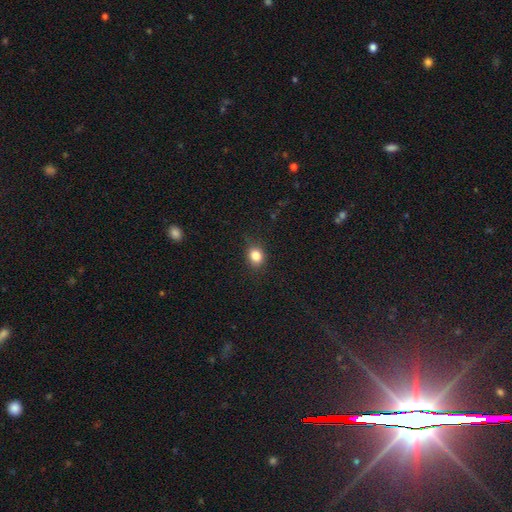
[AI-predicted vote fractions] smooth_or_featured: smooth (p=0.83) [alt: star or artifact p=0.12]
how_rounded: round (p=0.63) [alt: in between p=0.36]
merging: none (p=0.82) [alt: minor disturbance p=0.13]